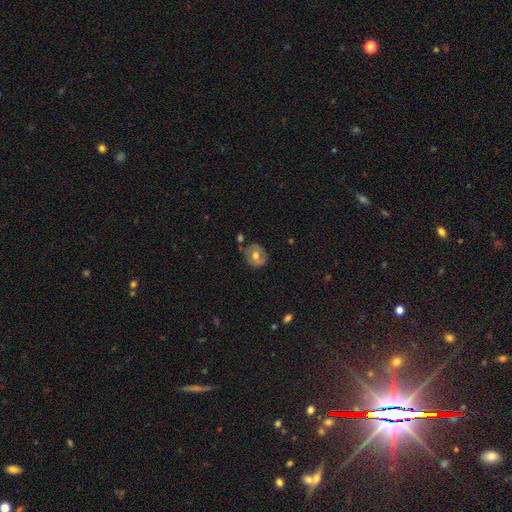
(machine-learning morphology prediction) Overall: smooth (52%; featured or disk 41%). How rounded: round (77%). Merging: none (76%).